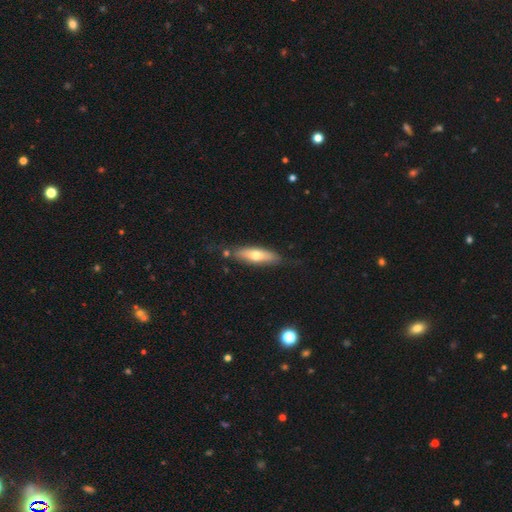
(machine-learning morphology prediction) smooth_or_featured: smooth (p=0.60) [alt: featured or disk p=0.34]
how_rounded: cigar-shaped (p=0.50) [alt: in between p=0.48]
merging: none (p=0.74) [alt: minor disturbance p=0.18]